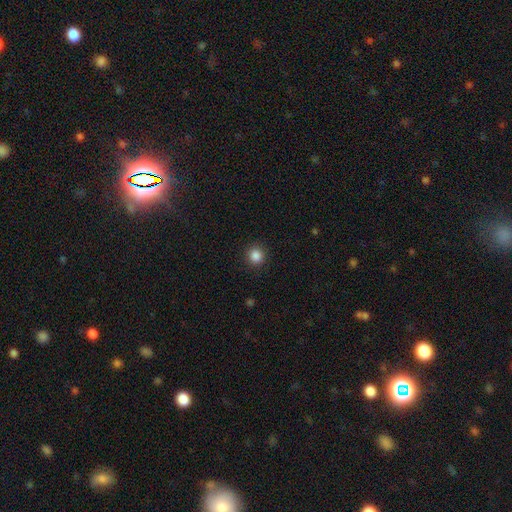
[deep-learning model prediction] This is clearly a smooth galaxy (86%). How rounded: clearly round (93%). Merging: clearly none (91%).